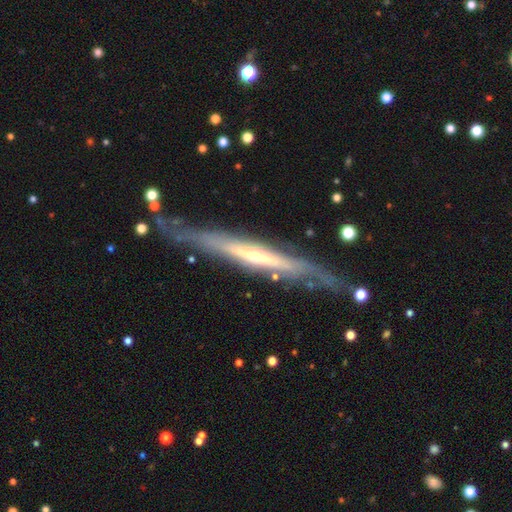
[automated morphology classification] Smooth or featured? featured or disk (79%)
Edge-on disk? yes (85%)
Edge-on bulge? rounded (63%)
Merging? none (71%)